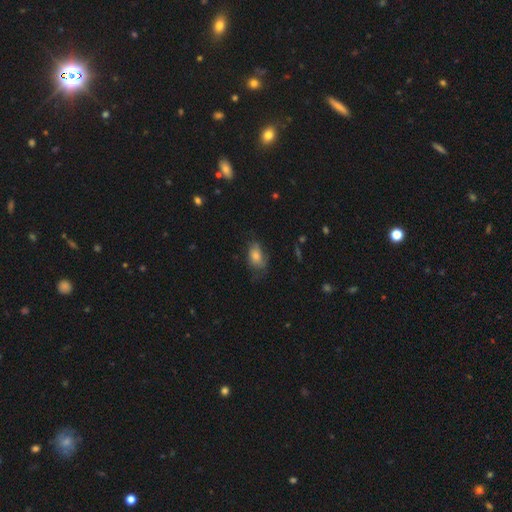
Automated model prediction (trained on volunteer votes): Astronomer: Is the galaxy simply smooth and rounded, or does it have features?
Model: smooth — 63%.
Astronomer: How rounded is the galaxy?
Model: in between — 84%.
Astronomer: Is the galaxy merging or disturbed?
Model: none — 56%.